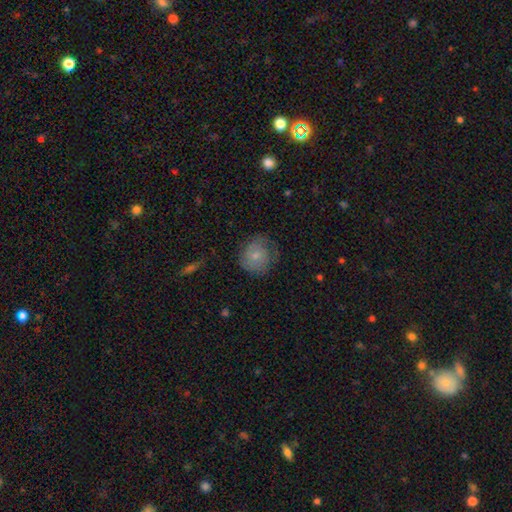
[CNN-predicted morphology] A smooth galaxy with no disk features (64%) that is round (82%).

Vote fractions:
- Smooth or featured? smooth: 64% / featured or disk: 28% / star or artifact: 7%
- How rounded? round: 82% / in between: 17% / cigar-shaped: 1%
- Merging? none: 61% / minor disturbance: 26% / major disturbance: 12% / merger: 1%